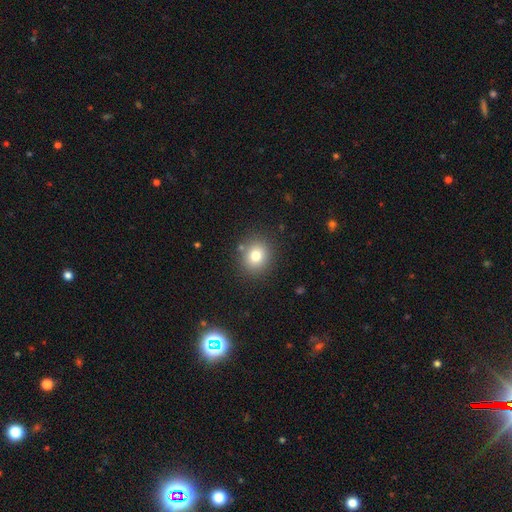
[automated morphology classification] smooth-or-featured: smooth: 77% | star or artifact: 13% | featured or disk: 9%
  how-rounded: round: 81% | in between: 18% | cigar-shaped: 1%
  merging: none: 87% | minor disturbance: 8% | merger: 3% | major disturbance: 3%